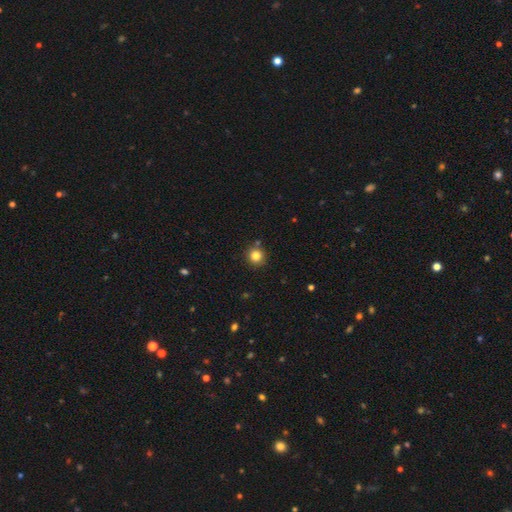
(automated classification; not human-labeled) Smooth or featured? smooth (82%)
How rounded? round (93%)
Merging? none (84%)